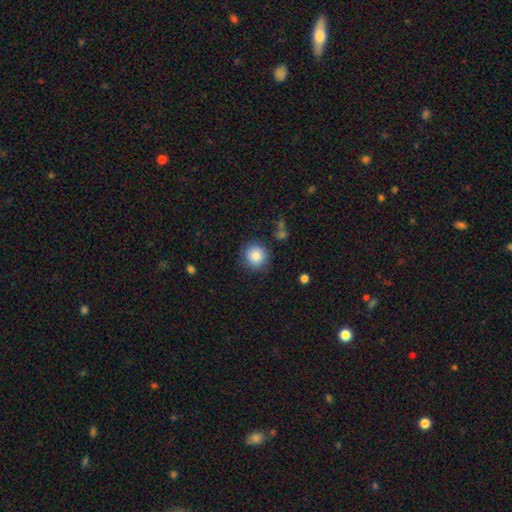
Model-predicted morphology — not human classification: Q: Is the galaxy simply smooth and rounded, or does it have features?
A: smooth — 86%.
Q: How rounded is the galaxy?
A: round — 92%.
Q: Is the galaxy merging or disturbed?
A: none — 85%.